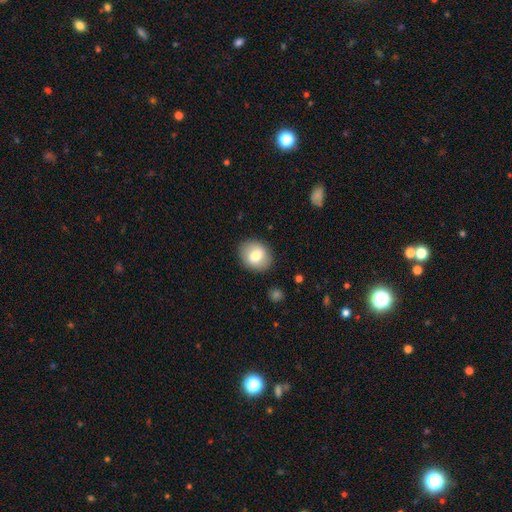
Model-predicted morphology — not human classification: Smooth or featured? Predicted: smooth (p=0.74). How rounded? Predicted: round (p=0.52). Merging? Predicted: none (p=0.86).